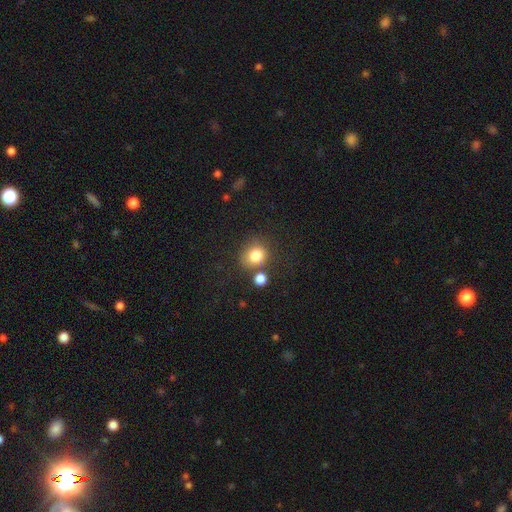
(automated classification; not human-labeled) A smooth galaxy with no disk features (81%) that is round (76%).

Vote fractions:
- Smooth or featured? smooth: 81% / star or artifact: 11% / featured or disk: 7%
- How rounded? round: 76% / in between: 23% / cigar-shaped: 1%
- Merging? none: 64% / merger: 16% / minor disturbance: 14% / major disturbance: 5%